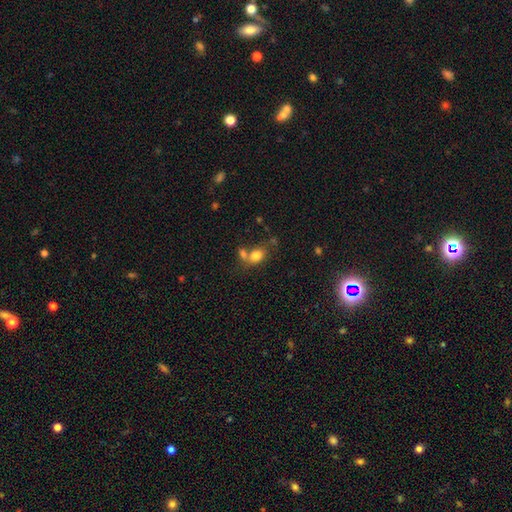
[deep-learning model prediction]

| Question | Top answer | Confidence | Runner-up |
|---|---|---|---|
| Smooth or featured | smooth | 79% | featured or disk (11%) |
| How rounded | in between | 64% | round (34%) |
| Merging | none | 42% | merger (40%) |